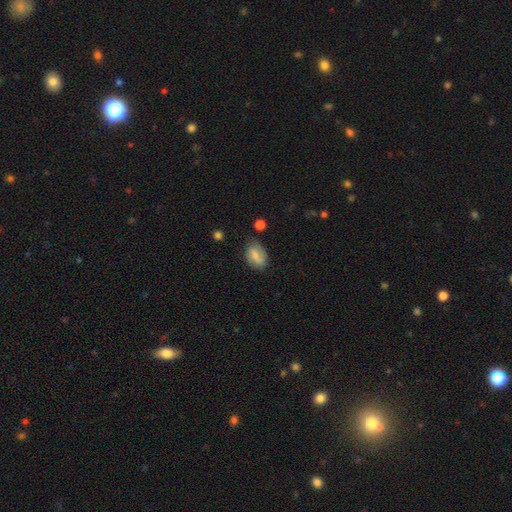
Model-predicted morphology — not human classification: Q: Smooth or featured?
A: smooth (61%); runner-up: featured or disk (31%)
Q: How rounded?
A: in between (85%); runner-up: round (12%)
Q: Merging?
A: none (71%); runner-up: minor disturbance (21%)